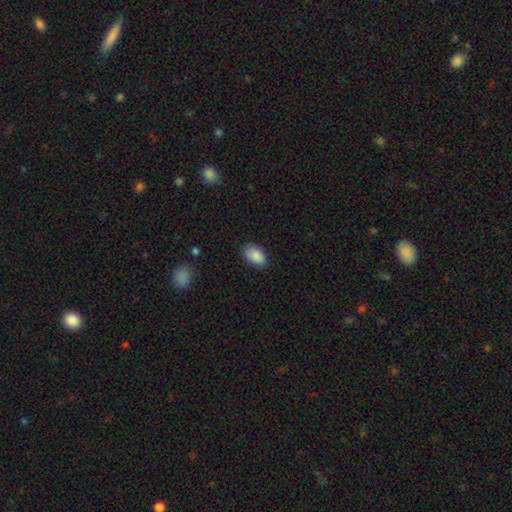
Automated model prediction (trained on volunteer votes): Smooth or featured? smooth (87%)
How rounded? in between (91%)
Merging? none (78%)